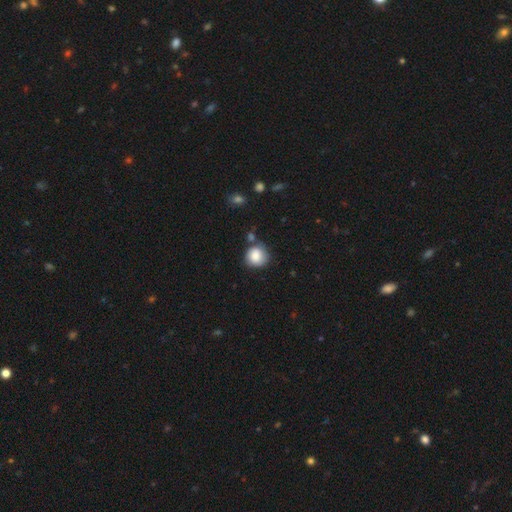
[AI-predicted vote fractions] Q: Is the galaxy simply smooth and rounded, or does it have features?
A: smooth — 83%.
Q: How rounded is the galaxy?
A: round — 86%.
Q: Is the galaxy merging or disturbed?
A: none — 64%.